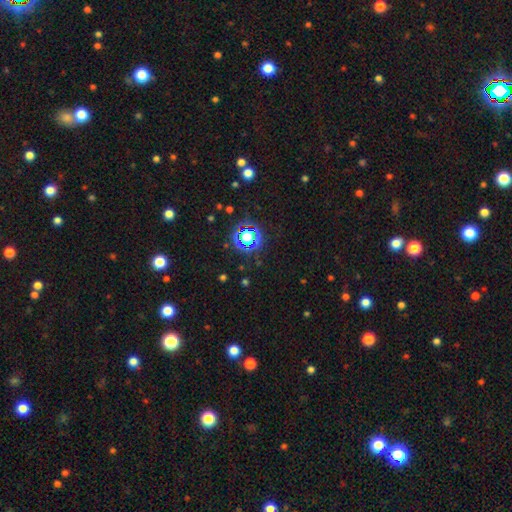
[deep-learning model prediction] smooth_or_featured: star or artifact (p=0.78) [alt: smooth p=0.15]